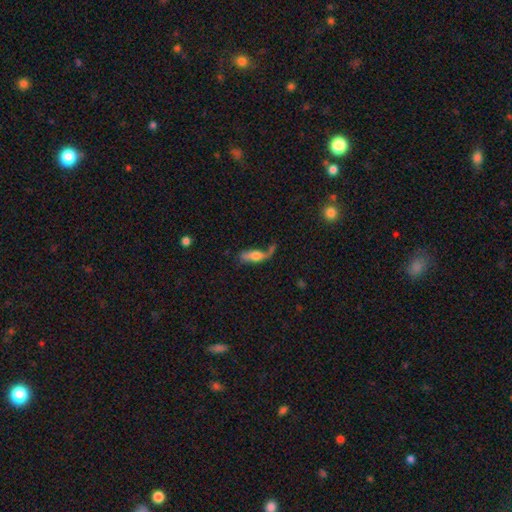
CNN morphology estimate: Smooth or featured? Predicted: smooth (p=0.48). Merging? Predicted: none (p=0.36).